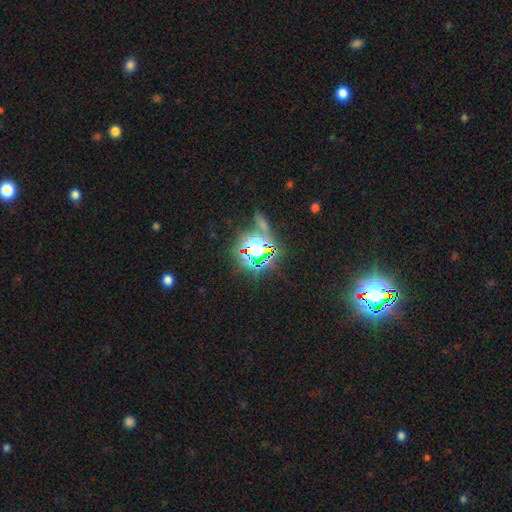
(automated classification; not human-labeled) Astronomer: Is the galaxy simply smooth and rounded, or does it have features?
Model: star or artifact — 79%.